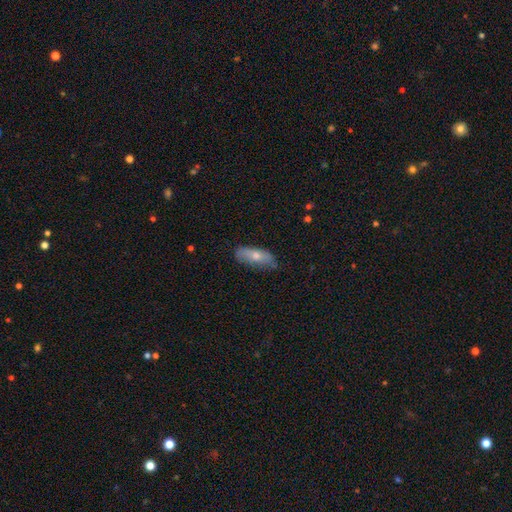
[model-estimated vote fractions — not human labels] The model was most divided on "how rounded": in between: 64%, cigar-shaped: 33%, round: 3%. More confident: merging — none (66%); smooth or featured — smooth (65%).